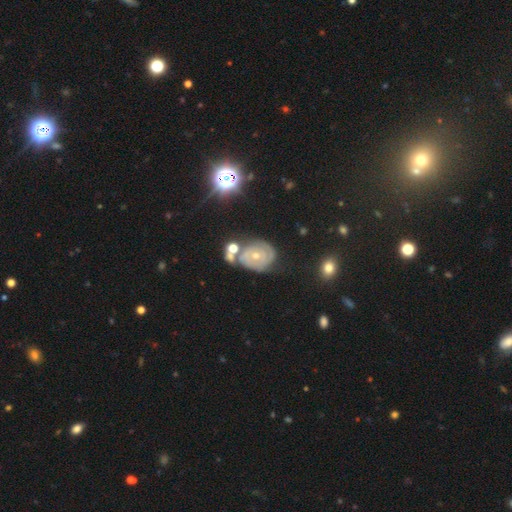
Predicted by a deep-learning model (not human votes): Smooth or featured? Predicted: featured or disk (p=0.70). Edge-on disk? Predicted: no (p=0.97). Bar? Predicted: no (p=0.75). Spiral arms? Predicted: yes (p=0.85). Spiral winding? Predicted: tight (p=0.73). Spiral arm count? Predicted: can't tell (p=0.37). Bulge size? Predicted: small (p=0.59). Merging? Predicted: none (p=0.58).